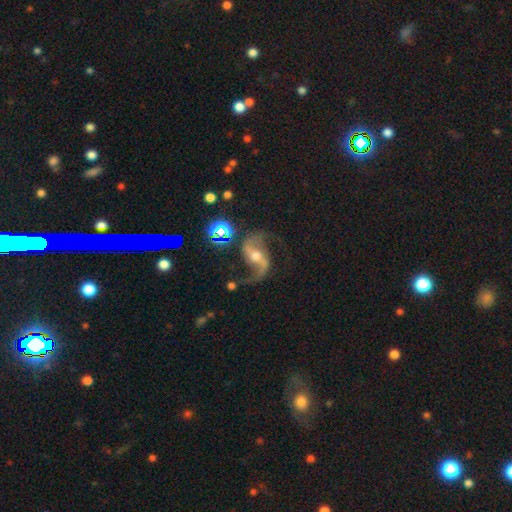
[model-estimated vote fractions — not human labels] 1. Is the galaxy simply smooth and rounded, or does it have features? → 87% featured or disk, 8% star or artifact, 5% smooth.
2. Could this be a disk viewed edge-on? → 97% no, 3% yes.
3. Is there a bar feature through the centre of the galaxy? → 39% weak, 32% no, 28% strong.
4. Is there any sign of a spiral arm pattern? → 97% yes, 3% no.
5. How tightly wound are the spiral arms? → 74% loose, 22% medium, 4% tight.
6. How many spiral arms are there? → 93% 2, 2% 1, 2% can't tell, 1% 3, 1% 4, 1% more than 4.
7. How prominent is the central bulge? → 59% moderate, 29% small, 7% large, 3% none, 2% dominant.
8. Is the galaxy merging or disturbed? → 72% none, 15% minor disturbance, 10% major disturbance, 3% merger.